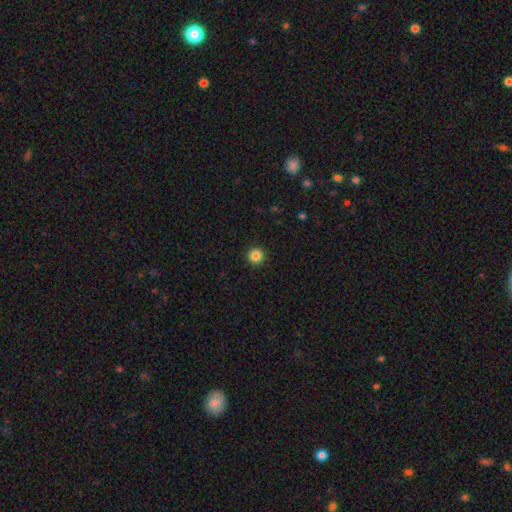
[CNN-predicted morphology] Smooth or featured? Predicted: smooth (p=0.85). How rounded? Predicted: round (p=0.96). Merging? Predicted: none (p=0.93).